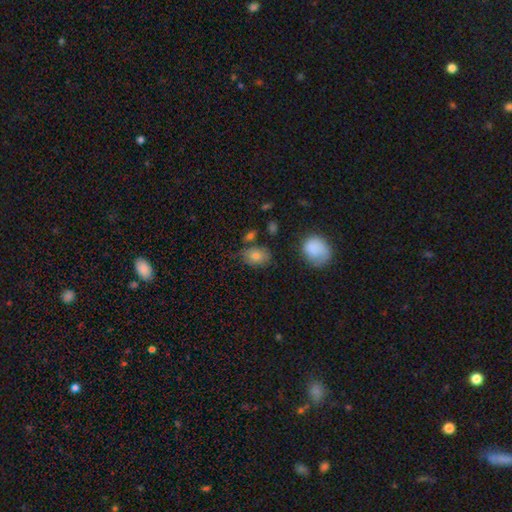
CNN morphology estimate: This appears to be a smooth galaxy with no disk features (77%) that is in between round and cigar-shaped (63%). Merging: none (65%).